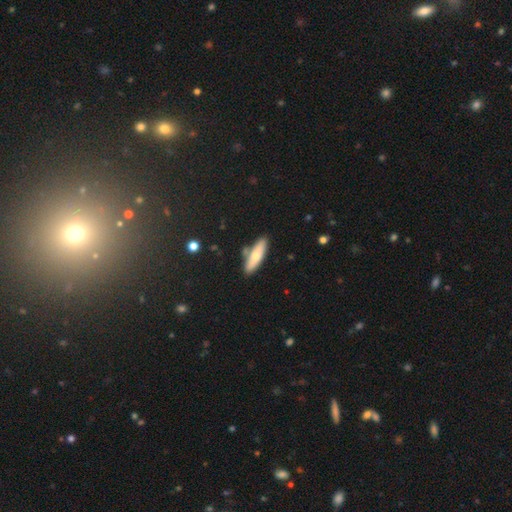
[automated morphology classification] The model was most divided on "how rounded": cigar-shaped: 54%, in between: 44%, round: 2%. More confident: merging — none (76%); smooth or featured — smooth (66%).